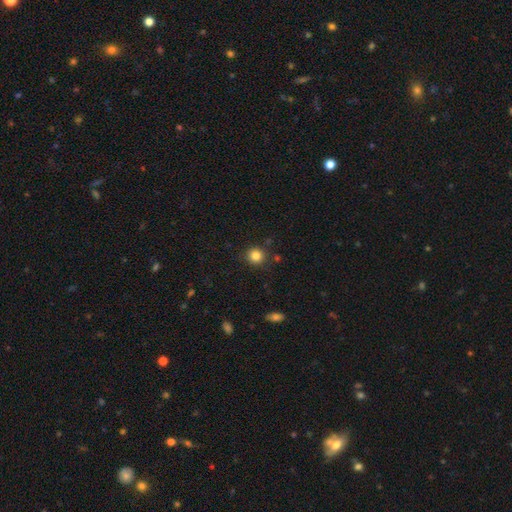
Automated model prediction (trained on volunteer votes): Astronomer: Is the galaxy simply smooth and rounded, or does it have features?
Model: smooth — 83%.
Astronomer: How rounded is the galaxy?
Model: round — 91%.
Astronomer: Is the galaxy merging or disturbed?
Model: none — 87%.